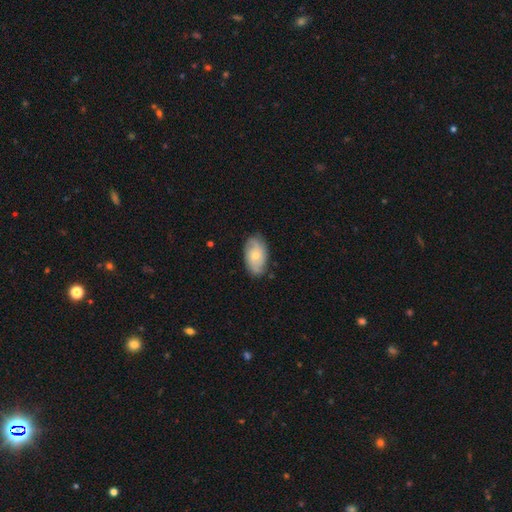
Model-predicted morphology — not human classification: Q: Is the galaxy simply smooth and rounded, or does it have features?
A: featured or disk — 56%.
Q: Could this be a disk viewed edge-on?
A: no — 94%.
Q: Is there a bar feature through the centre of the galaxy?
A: no — 76%.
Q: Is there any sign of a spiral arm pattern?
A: yes — 84%.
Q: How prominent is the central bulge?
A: small — 48%.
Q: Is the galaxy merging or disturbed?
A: none — 77%.